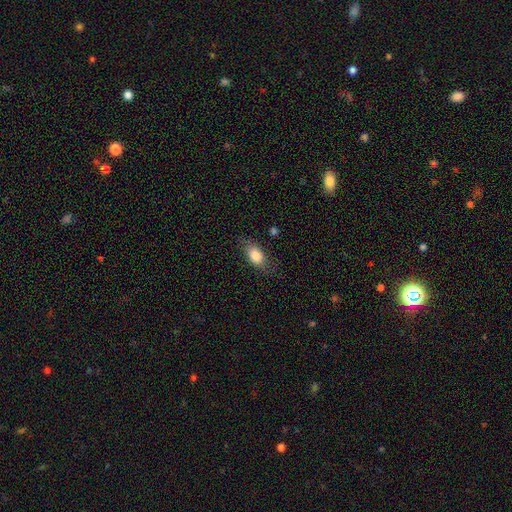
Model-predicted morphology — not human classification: This appears to be a smooth galaxy with no disk features (80%) that is in between round and cigar-shaped (86%). Merging: none (71%).